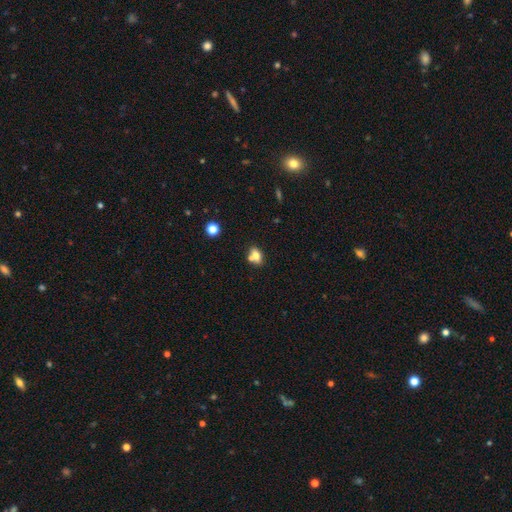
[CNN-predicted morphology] Overall: smooth (72%). How rounded: in between (70%). Merging: none (50%; merger 34%).